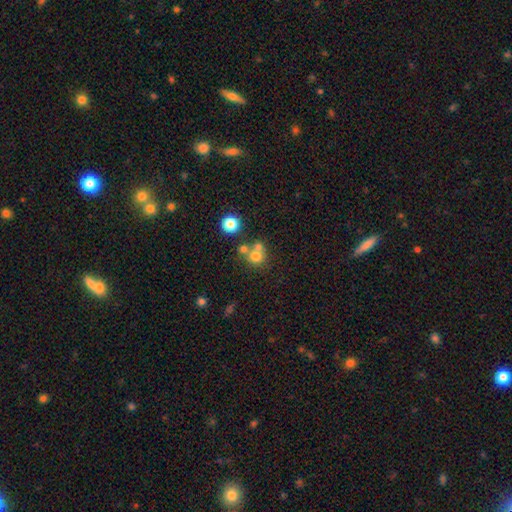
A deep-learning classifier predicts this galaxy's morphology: smooth_or_featured: smooth (p=0.70) [alt: star or artifact p=0.15]
how_rounded: round (p=0.87) [alt: in between p=0.12]
merging: none (p=0.48) [alt: merger p=0.40]